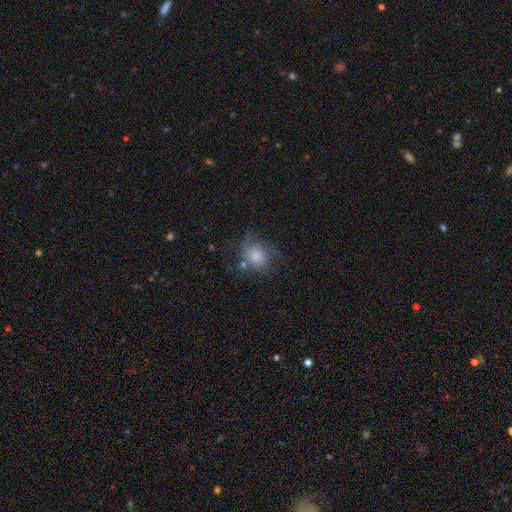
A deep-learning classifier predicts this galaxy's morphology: smooth_or_featured: smooth (p=0.46) [alt: featured or disk p=0.44]
merging: none (p=0.45) [alt: minor disturbance p=0.25]